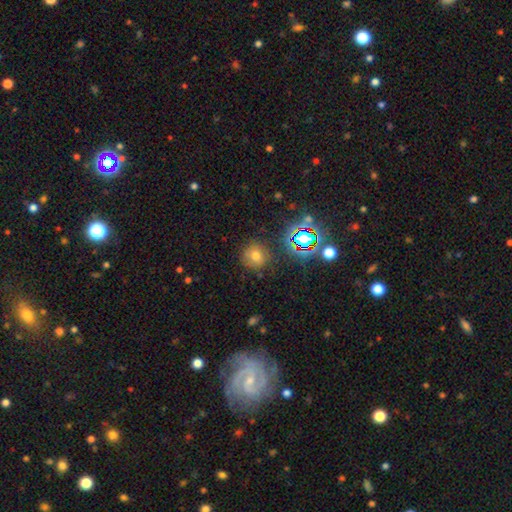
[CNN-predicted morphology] smooth 66%, star or artifact 22%, featured or disk 12%. Down the decision tree: how rounded — round (89%); merging — none (81%).